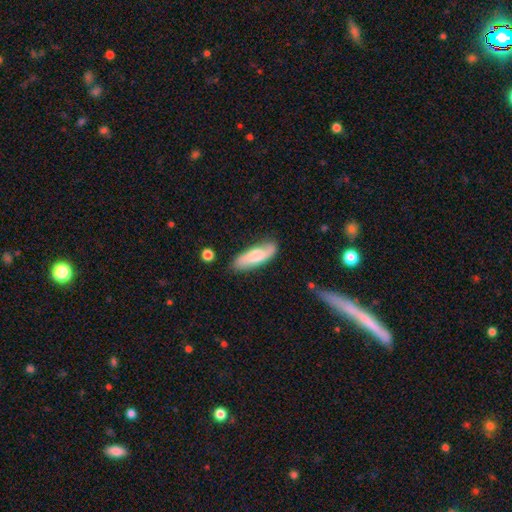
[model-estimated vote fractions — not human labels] smooth 59%, featured or disk 35%, star or artifact 6%. Down the decision tree: how rounded — in between (59%); merging — none (74%).